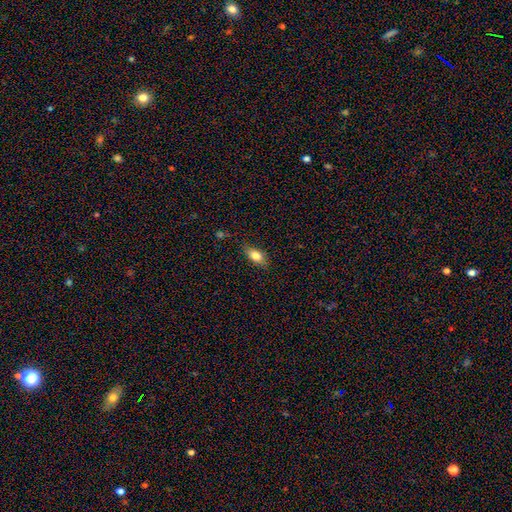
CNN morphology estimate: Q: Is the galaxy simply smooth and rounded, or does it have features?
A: smooth — 81%.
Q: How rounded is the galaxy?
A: in between — 85%.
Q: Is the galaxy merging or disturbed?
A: none — 81%.